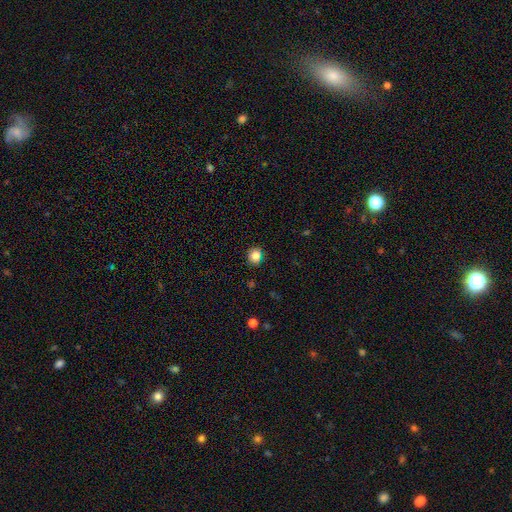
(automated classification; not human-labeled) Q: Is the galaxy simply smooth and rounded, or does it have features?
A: smooth — 83%.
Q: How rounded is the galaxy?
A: round — 80%.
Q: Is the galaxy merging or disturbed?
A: none — 86%.